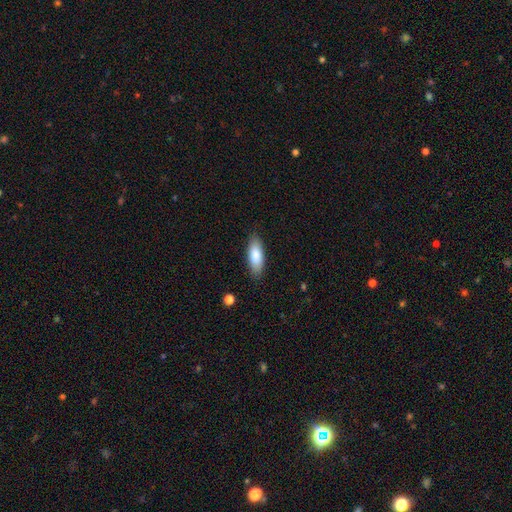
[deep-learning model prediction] A smooth galaxy with no disk features (84%) that is in between round and cigar-shaped (71%).

Vote fractions:
- Smooth or featured? smooth: 84% / featured or disk: 10% / star or artifact: 6%
- How rounded? in between: 71% / cigar-shaped: 27% / round: 2%
- Merging? none: 86% / minor disturbance: 11% / major disturbance: 2% / merger: 1%